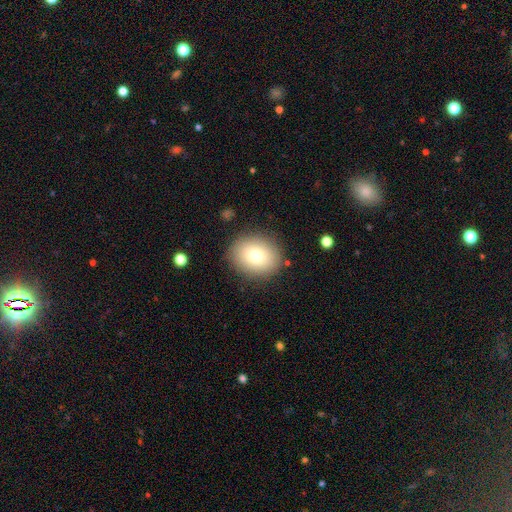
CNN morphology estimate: Q: Smooth or featured?
A: smooth (80%); runner-up: featured or disk (11%)
Q: How rounded?
A: round (59%); runner-up: in between (40%)
Q: Merging?
A: none (86%); runner-up: minor disturbance (9%)